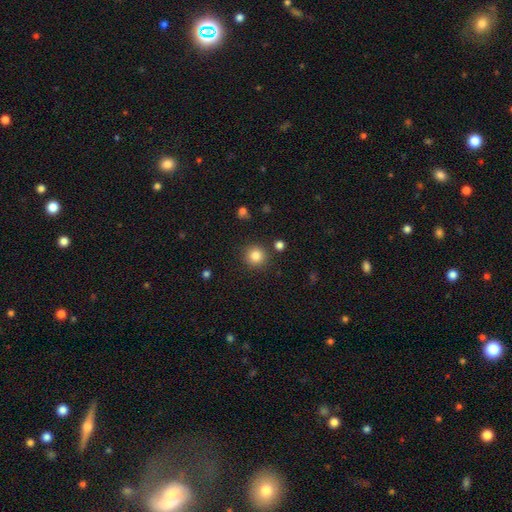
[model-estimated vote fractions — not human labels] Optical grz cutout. It shows a smooth galaxy with no disk features (84%) that is round (93%). Merging: none (88%).